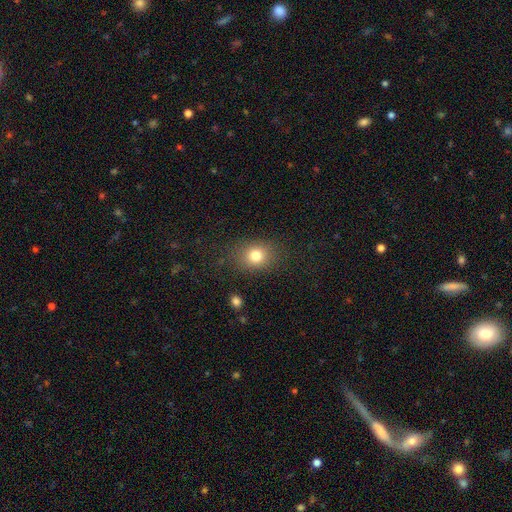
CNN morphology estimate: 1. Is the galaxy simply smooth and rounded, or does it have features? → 79% smooth, 12% star or artifact, 9% featured or disk.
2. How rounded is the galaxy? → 53% round, 45% in between, 1% cigar-shaped.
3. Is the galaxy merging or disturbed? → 82% none, 11% minor disturbance, 5% major disturbance, 2% merger.